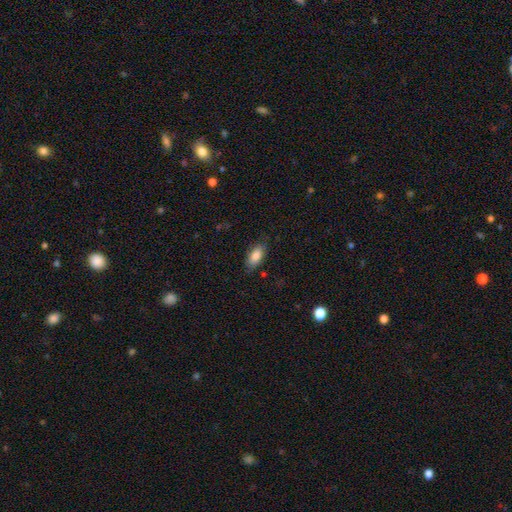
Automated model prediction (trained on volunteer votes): Q: Smooth or featured?
A: smooth (85%); runner-up: featured or disk (9%)
Q: How rounded?
A: in between (85%); runner-up: cigar-shaped (12%)
Q: Merging?
A: none (81%); runner-up: minor disturbance (14%)